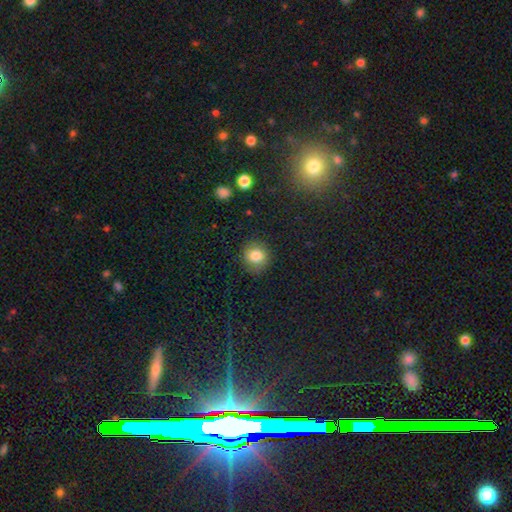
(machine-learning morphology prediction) smooth-or-featured: smooth: 81% | star or artifact: 11% | featured or disk: 7%
  how-rounded: round: 86% | in between: 13% | cigar-shaped: 1%
  merging: none: 85% | minor disturbance: 11% | major disturbance: 3% | merger: 1%